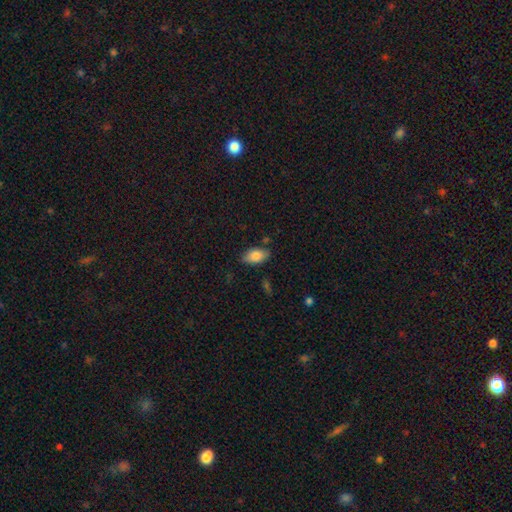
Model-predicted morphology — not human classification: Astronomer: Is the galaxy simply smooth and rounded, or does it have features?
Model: smooth — 82%.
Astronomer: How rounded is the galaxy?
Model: in between — 92%.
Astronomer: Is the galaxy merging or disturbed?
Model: none — 79%.